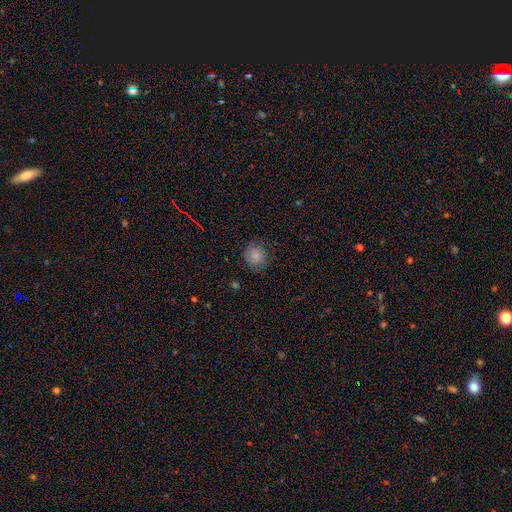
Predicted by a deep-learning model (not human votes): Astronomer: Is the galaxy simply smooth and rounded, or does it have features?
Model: smooth — 78%.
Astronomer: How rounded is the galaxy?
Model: round — 85%.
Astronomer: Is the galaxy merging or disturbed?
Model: none — 77%.